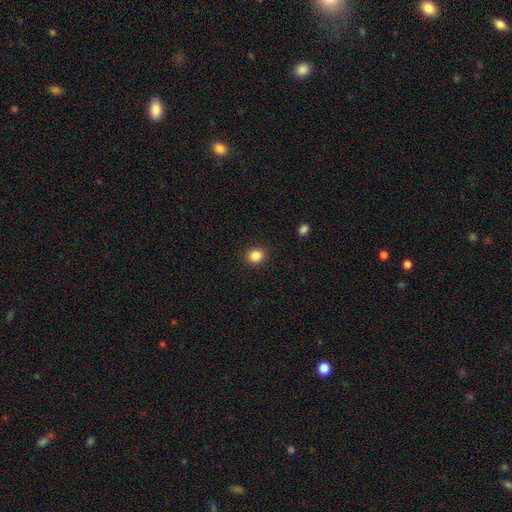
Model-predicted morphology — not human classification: A smooth galaxy with no disk features (86%) that is round (82%). Merging: none (91%).